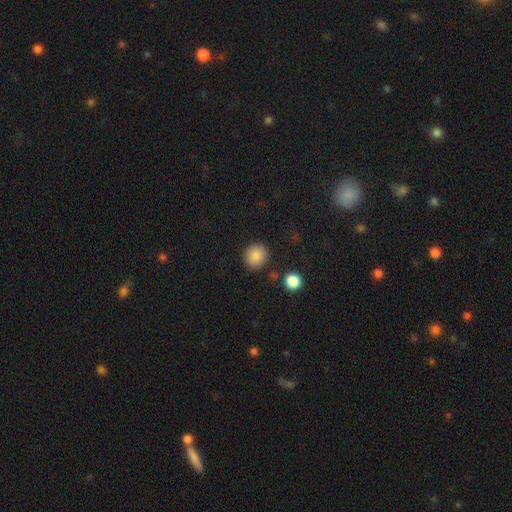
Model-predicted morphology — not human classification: smooth_or_featured: smooth (p=0.86) [alt: star or artifact p=0.09]
how_rounded: round (p=0.91) [alt: in between p=0.08]
merging: none (p=0.89) [alt: minor disturbance p=0.07]